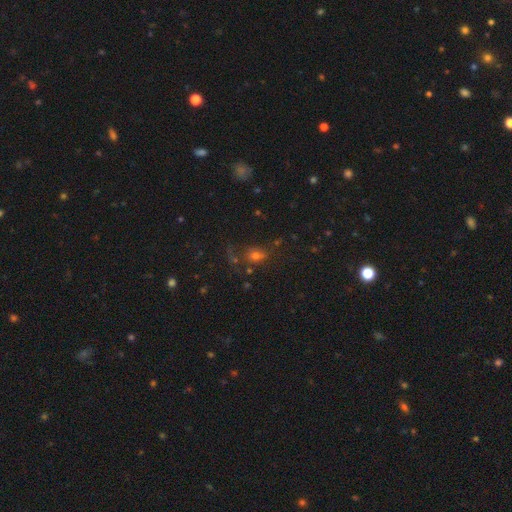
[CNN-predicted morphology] This appears to be a smooth galaxy with no disk features (59%) that is round (56%). Merging: none (59%).